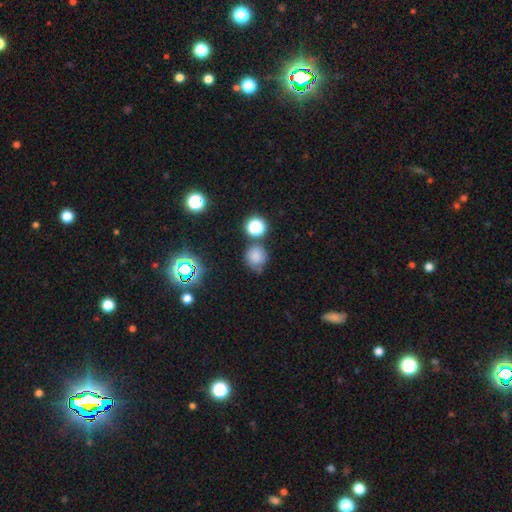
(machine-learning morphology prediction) Smooth or featured? Predicted: smooth (p=0.74). How rounded? Predicted: round (p=0.88). Merging? Predicted: none (p=0.65).